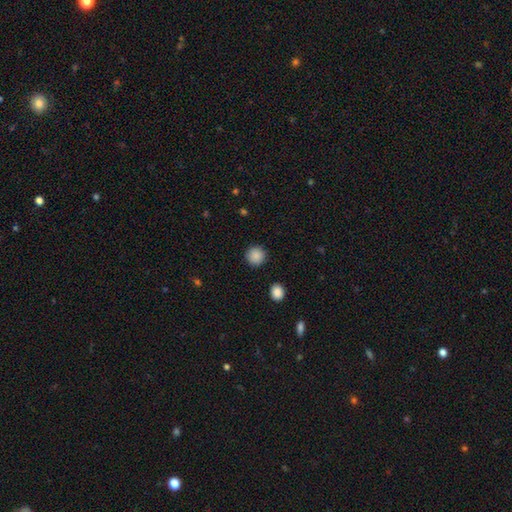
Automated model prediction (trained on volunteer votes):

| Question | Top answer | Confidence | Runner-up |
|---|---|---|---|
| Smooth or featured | smooth | 88% | star or artifact (9%) |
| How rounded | round | 95% | in between (4%) |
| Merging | none | 91% | minor disturbance (5%) |